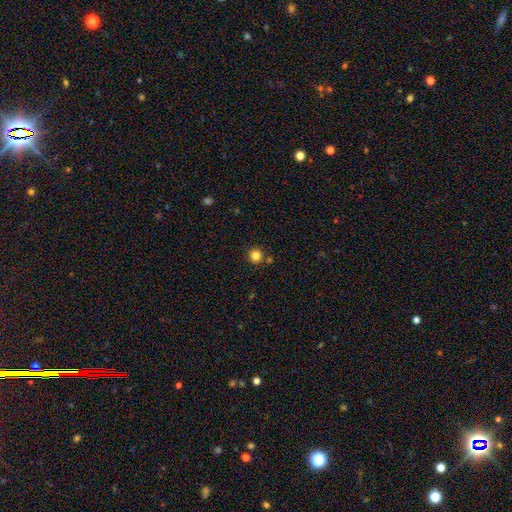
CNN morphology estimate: Smooth or featured? Predicted: smooth (p=0.82). How rounded? Predicted: round (p=0.95). Merging? Predicted: none (p=0.86).